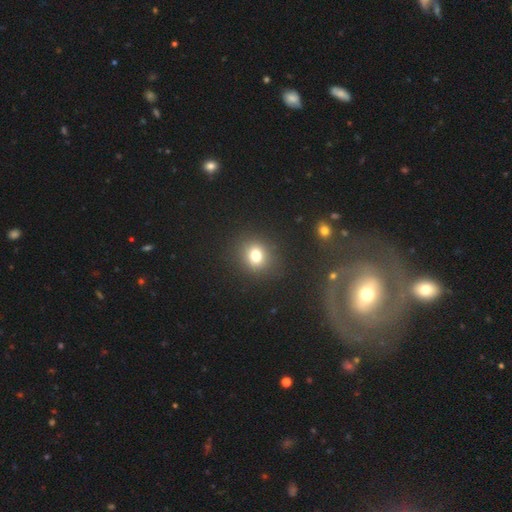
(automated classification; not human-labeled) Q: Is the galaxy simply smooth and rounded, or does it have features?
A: smooth — 76%.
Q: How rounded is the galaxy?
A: round — 76%.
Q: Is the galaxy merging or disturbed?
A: none — 88%.